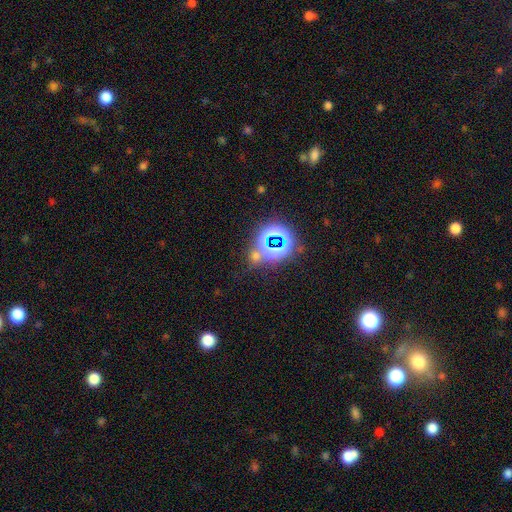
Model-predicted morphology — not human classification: smooth-or-featured: star or artifact: 59% | smooth: 31% | featured or disk: 10%